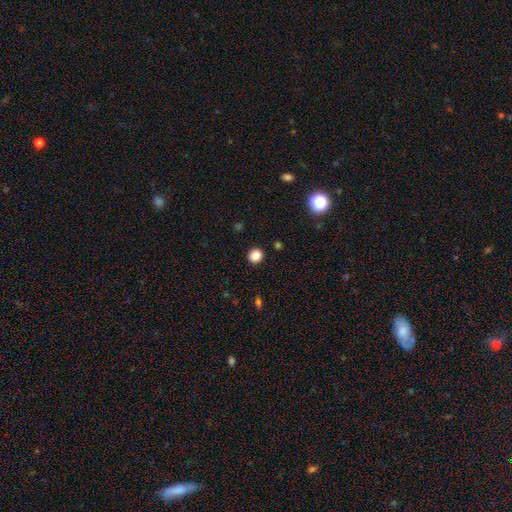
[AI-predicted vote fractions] A smooth galaxy with no disk features (86%) that is round (84%).

Vote fractions:
- Smooth or featured? smooth: 86% / star or artifact: 11% / featured or disk: 3%
- How rounded? round: 84% / in between: 15% / cigar-shaped: 1%
- Merging? none: 91% / minor disturbance: 6% / major disturbance: 2% / merger: 1%